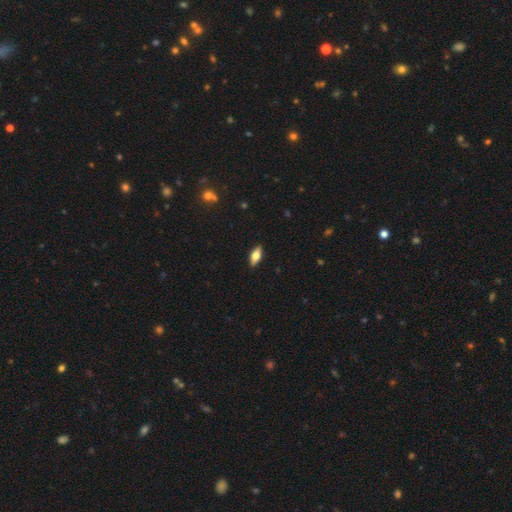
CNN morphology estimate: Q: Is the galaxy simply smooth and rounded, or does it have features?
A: smooth — 61%.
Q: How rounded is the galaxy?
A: in between — 78%.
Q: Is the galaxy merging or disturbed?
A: none — 89%.